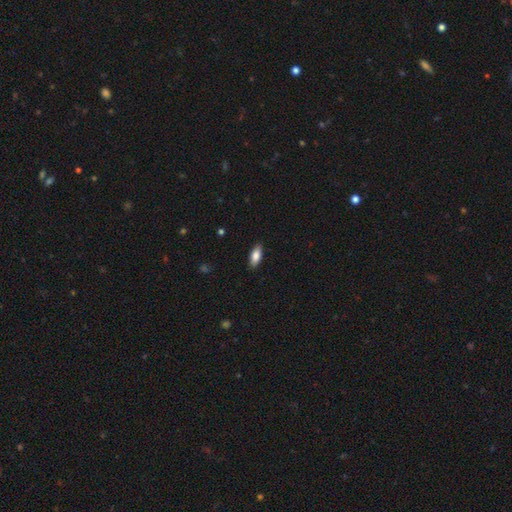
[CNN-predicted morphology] Overall: smooth (82%). How rounded: in between (81%). Merging: none (88%).